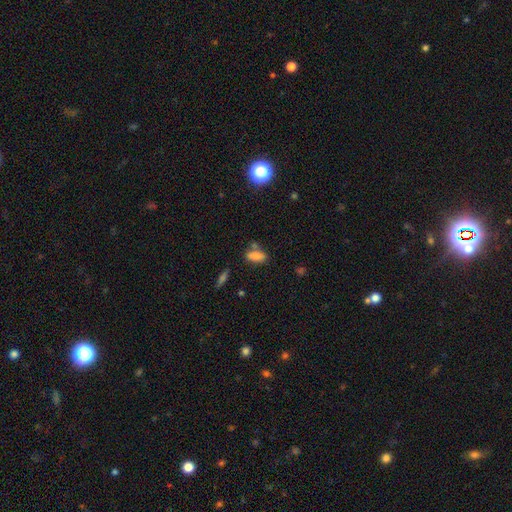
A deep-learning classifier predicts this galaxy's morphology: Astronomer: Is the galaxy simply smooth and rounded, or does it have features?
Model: smooth — 81%.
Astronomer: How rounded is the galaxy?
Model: in between — 81%.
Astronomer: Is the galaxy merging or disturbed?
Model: none — 64%.